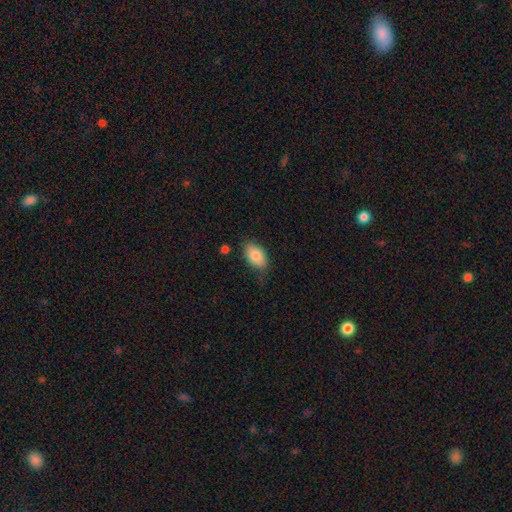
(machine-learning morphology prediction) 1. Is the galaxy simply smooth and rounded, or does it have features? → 83% smooth, 10% featured or disk, 7% star or artifact.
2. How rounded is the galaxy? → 92% in between, 5% round, 2% cigar-shaped.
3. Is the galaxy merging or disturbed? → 74% none, 19% minor disturbance, 4% major disturbance, 2% merger.